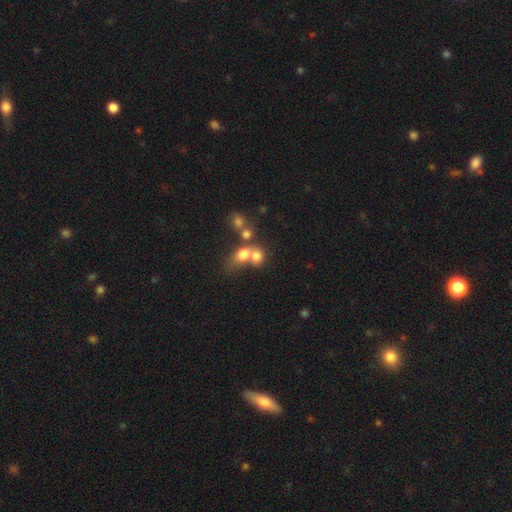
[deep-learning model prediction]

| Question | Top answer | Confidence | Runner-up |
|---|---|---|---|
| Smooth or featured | smooth | 70% | featured or disk (17%) |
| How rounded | round | 58% | in between (40%) |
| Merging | merger | 60% | none (27%) |